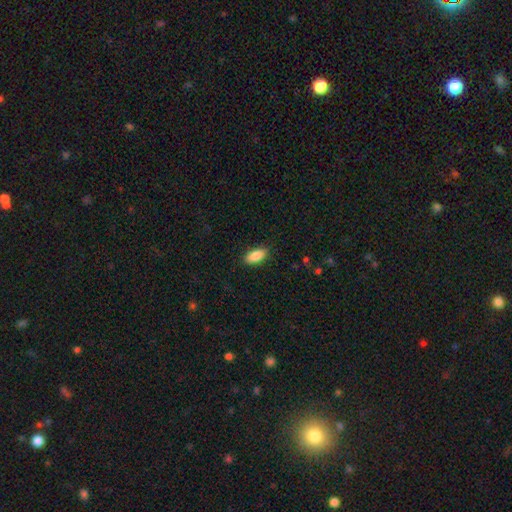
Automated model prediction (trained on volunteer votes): A smooth galaxy with no disk features (88%) that is in between round and cigar-shaped (89%).

Vote fractions:
- Smooth or featured? smooth: 88% / star or artifact: 7% / featured or disk: 5%
- How rounded? in between: 89% / cigar-shaped: 8% / round: 2%
- Merging? none: 88% / minor disturbance: 9% / major disturbance: 2% / merger: 1%